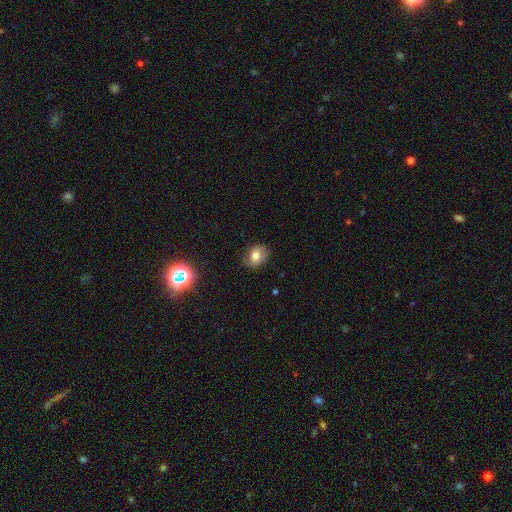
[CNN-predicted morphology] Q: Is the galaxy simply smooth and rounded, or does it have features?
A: smooth — 73%.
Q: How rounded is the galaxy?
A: in between — 58%.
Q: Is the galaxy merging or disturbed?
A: none — 77%.